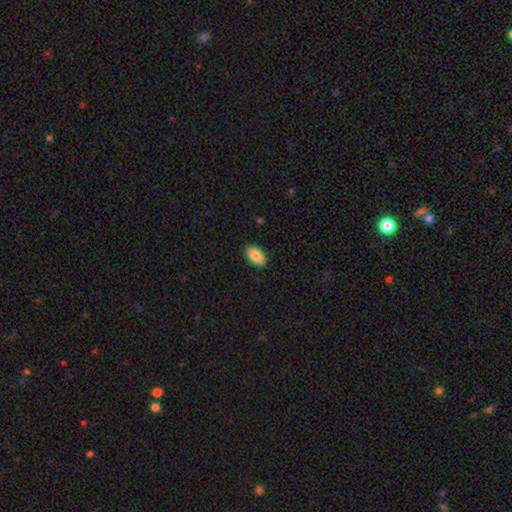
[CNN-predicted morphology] A smooth galaxy with no disk features (87%) that is in between round and cigar-shaped (94%).

Vote fractions:
- Smooth or featured? smooth: 87% / star or artifact: 7% / featured or disk: 7%
- How rounded? in between: 94% / round: 4% / cigar-shaped: 2%
- Merging? none: 89% / minor disturbance: 8% / major disturbance: 2% / merger: 1%